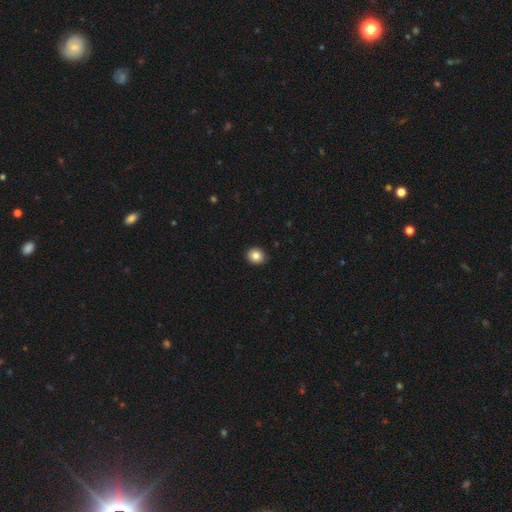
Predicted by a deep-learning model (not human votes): Smooth or featured? smooth (85%)
How rounded? round (73%)
Merging? none (90%)